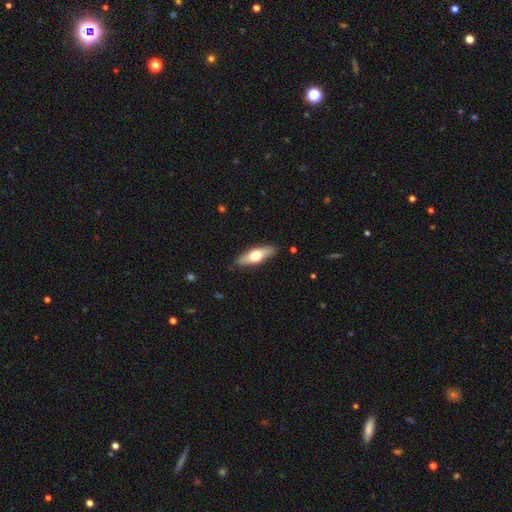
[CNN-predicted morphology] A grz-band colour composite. It shows a smooth galaxy with no disk features (56%) that is in between round and cigar-shaped (51%). Merging: none (87%).